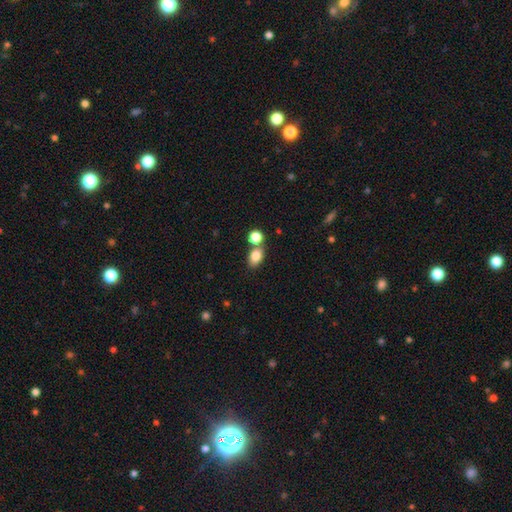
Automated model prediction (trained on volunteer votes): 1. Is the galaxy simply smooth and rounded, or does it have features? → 82% smooth, 10% star or artifact, 8% featured or disk.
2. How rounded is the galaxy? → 76% in between, 22% round, 2% cigar-shaped.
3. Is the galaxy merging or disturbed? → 60% none, 26% merger, 10% minor disturbance, 3% major disturbance.